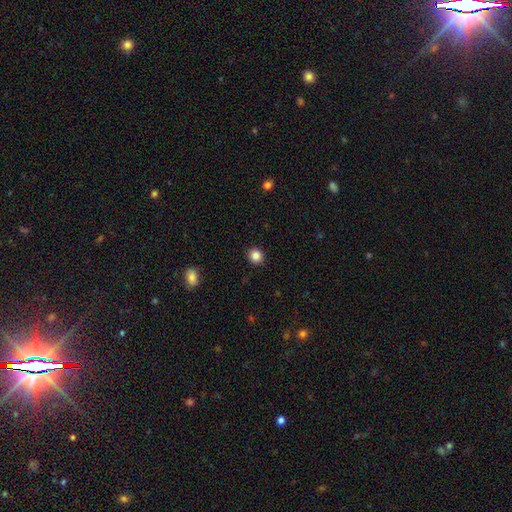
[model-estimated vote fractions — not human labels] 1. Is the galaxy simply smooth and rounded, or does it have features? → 85% smooth, 11% star or artifact, 4% featured or disk.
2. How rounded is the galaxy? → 87% round, 12% in between, 1% cigar-shaped.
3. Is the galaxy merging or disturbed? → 92% none, 5% minor disturbance, 2% major disturbance, 1% merger.